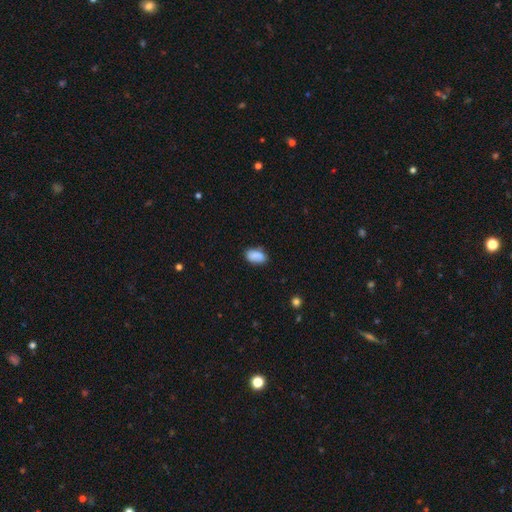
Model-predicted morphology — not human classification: This is clearly a smooth galaxy (84%). How rounded: clearly in between (90%). Merging: likely none (73%).